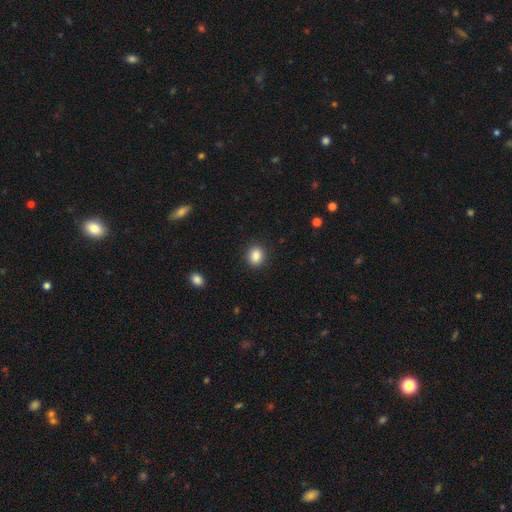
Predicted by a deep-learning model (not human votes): Smooth or featured? Predicted: smooth (p=0.87). How rounded? Predicted: round (p=0.68). Merging? Predicted: none (p=0.90).